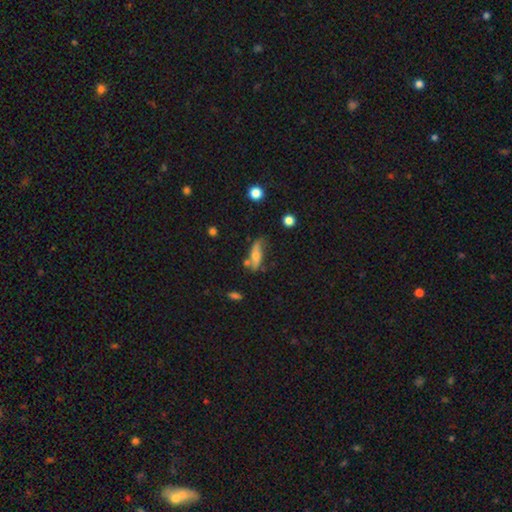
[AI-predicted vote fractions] Smooth or featured? smooth (58%)
How rounded? in between (60%)
Merging? none (46%)